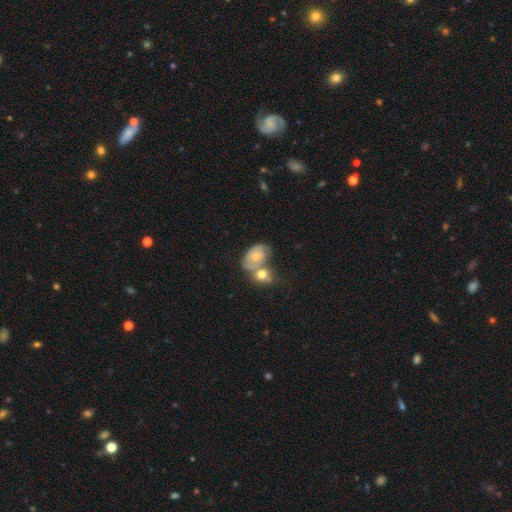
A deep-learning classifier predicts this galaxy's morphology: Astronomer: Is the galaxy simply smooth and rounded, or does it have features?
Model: smooth — 48% (runner-up: featured or disk, 44%).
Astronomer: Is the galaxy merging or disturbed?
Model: merger — 51% (runner-up: none, 28%).